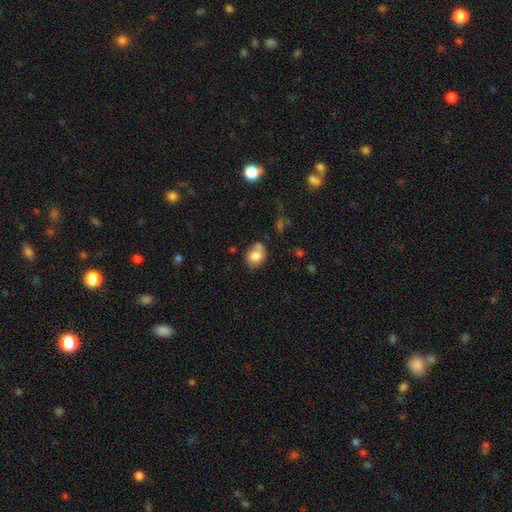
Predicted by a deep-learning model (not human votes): This appears to be a smooth galaxy with no disk features (78%) that is in between round and cigar-shaped (54%). Merging: none (58%).